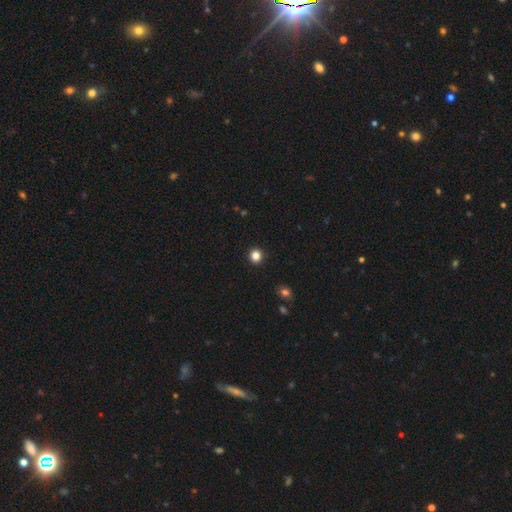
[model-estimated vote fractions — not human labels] Q: Smooth or featured?
A: smooth (83%); runner-up: star or artifact (13%)
Q: How rounded?
A: round (90%); runner-up: in between (9%)
Q: Merging?
A: none (93%); runner-up: minor disturbance (5%)